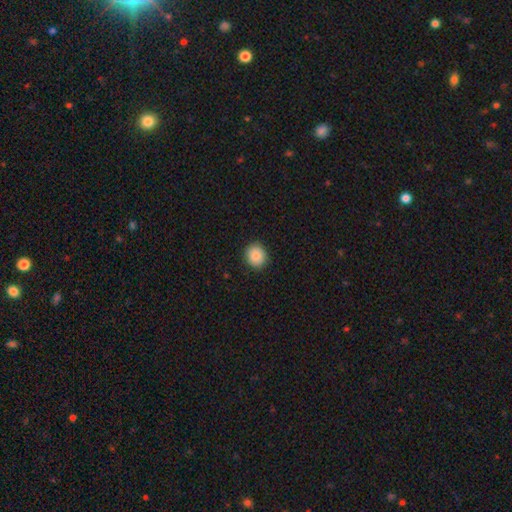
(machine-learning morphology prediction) This appears to be a smooth galaxy with no disk features (85%) that is round (80%). Merging: none (90%).